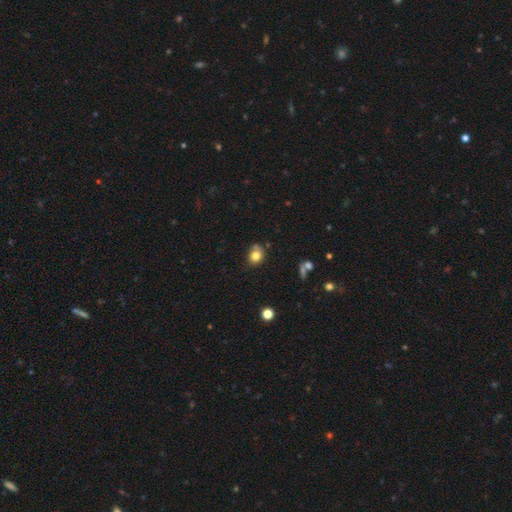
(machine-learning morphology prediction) smooth_or_featured: smooth (p=0.79) [alt: star or artifact p=0.12]
how_rounded: round (p=0.61) [alt: in between p=0.38]
merging: none (p=0.61) [alt: minor disturbance p=0.24]